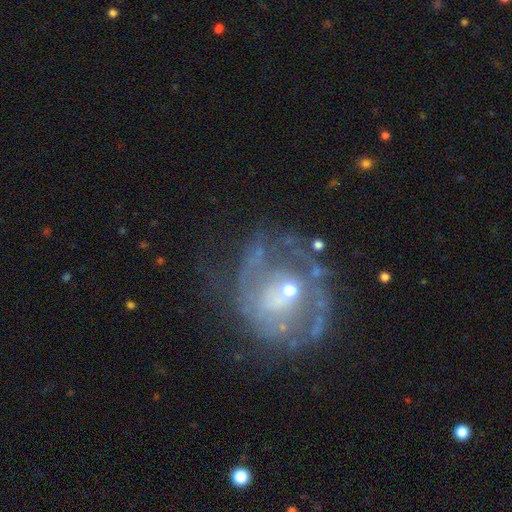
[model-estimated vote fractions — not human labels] Overall: featured or disk (76%). Edge-on disk: no (97%). Bar: no (71%). Spiral arms: yes (69%; no 31%). Spiral arm count: can't tell (39%; 2 33%). Spiral winding: tight (47%; medium 35%). Bulge size: moderate (50%; small 43%). Merging: none (53%; major disturbance 22%).